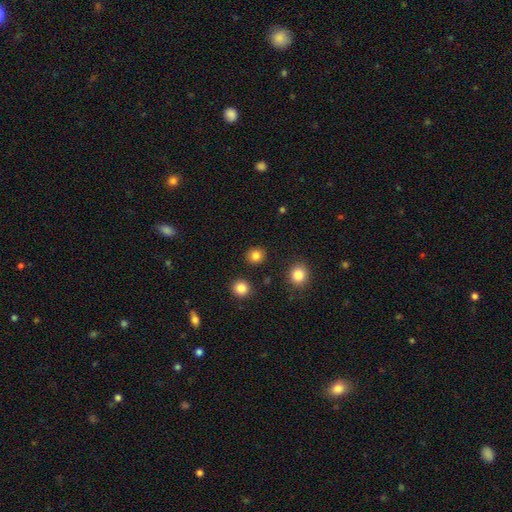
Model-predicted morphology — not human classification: Q: Smooth or featured?
A: smooth (83%); runner-up: star or artifact (12%)
Q: How rounded?
A: round (86%); runner-up: in between (13%)
Q: Merging?
A: none (90%); runner-up: minor disturbance (6%)